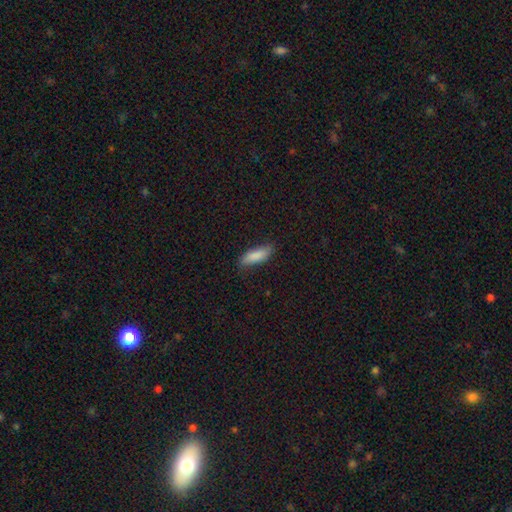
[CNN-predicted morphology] A smooth galaxy with no disk features (87%) that is in between round and cigar-shaped (58%).

Vote fractions:
- Smooth or featured? smooth: 87% / featured or disk: 7% / star or artifact: 6%
- How rounded? in between: 58% / cigar-shaped: 40% / round: 2%
- Merging? none: 78% / minor disturbance: 18% / major disturbance: 3% / merger: 1%